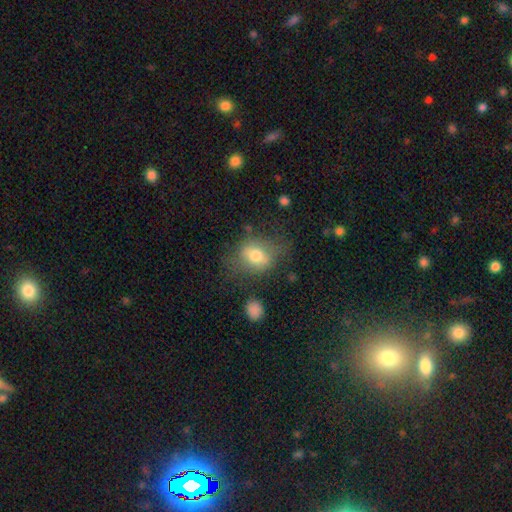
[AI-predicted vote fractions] A smooth galaxy with no disk features (65%) that is in between round and cigar-shaped (52%).

Vote fractions:
- Smooth or featured? smooth: 65% / featured or disk: 25% / star or artifact: 10%
- How rounded? in between: 52% / round: 46% / cigar-shaped: 2%
- Merging? none: 62% / minor disturbance: 22% / major disturbance: 13% / merger: 3%